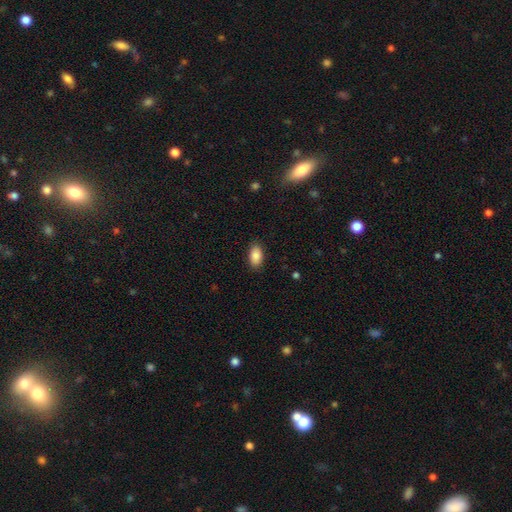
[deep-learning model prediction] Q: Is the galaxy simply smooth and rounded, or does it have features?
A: smooth — 88%.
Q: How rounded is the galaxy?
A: in between — 93%.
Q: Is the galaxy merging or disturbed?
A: none — 88%.